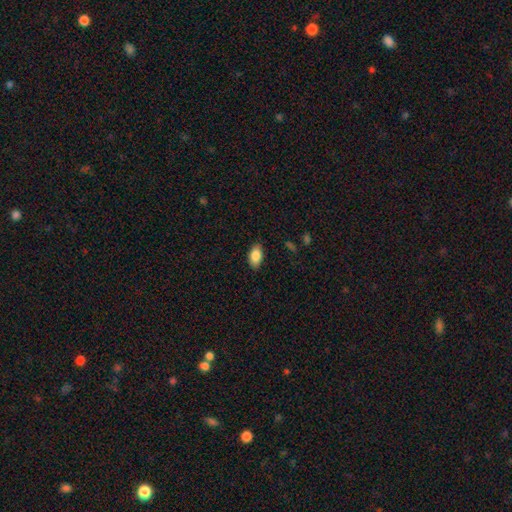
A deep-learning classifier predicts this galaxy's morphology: Q: Smooth or featured?
A: smooth (86%); runner-up: star or artifact (7%)
Q: How rounded?
A: in between (92%); runner-up: round (5%)
Q: Merging?
A: none (87%); runner-up: minor disturbance (10%)